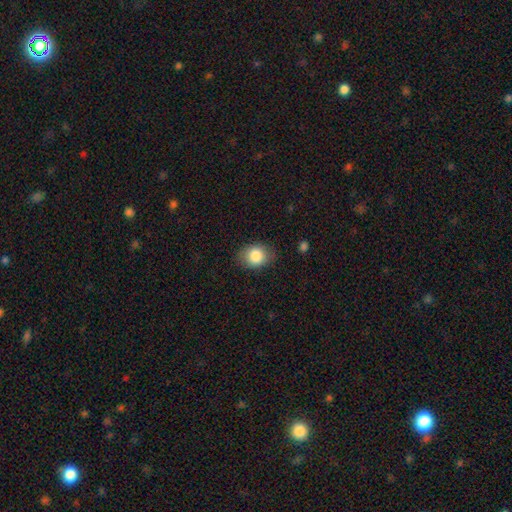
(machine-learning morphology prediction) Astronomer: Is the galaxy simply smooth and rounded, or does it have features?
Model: smooth — 85%.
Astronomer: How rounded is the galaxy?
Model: in between — 57% (runner-up: round, 42%).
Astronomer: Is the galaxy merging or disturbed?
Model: none — 82%.